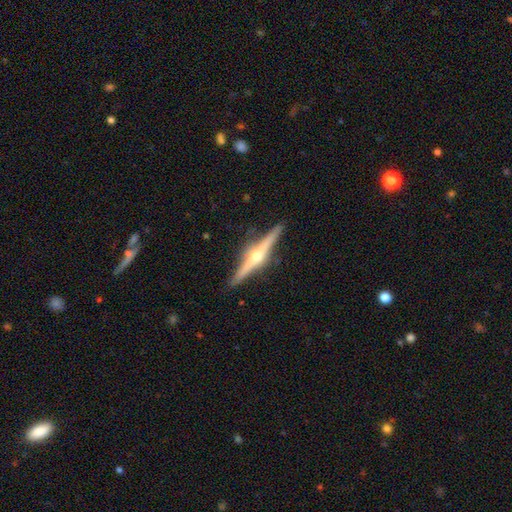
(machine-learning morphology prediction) A featured or disk galaxy (84%) viewed edge-on (98%) with a rounded central bulge (94%).

Vote fractions:
- Smooth or featured? featured or disk: 84% / smooth: 11% / star or artifact: 5%
- Edge-on disk? yes: 98% / no: 2%
- Edge-on bulge? rounded: 94% / boxy: 3% / none: 3%
- Merging? none: 90% / minor disturbance: 7% / major disturbance: 1% / merger: 1%